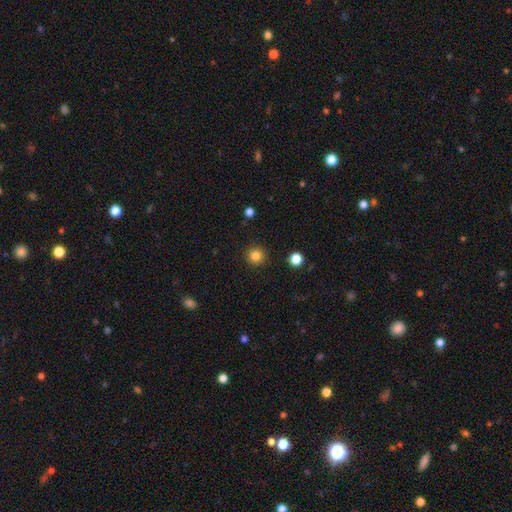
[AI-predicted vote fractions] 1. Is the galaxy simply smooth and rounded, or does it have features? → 84% smooth, 12% star or artifact, 4% featured or disk.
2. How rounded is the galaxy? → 95% round, 4% in between, 1% cigar-shaped.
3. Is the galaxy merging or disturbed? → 92% none, 5% minor disturbance, 2% major disturbance, 1% merger.